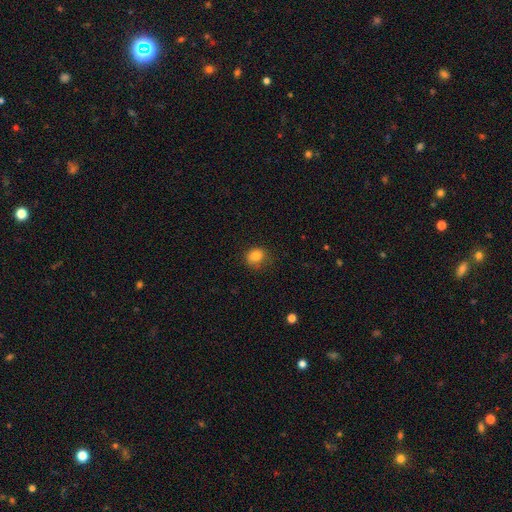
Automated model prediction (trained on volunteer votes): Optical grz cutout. It shows a smooth galaxy with no disk features (83%) that is round (65%). Merging: none (73%).